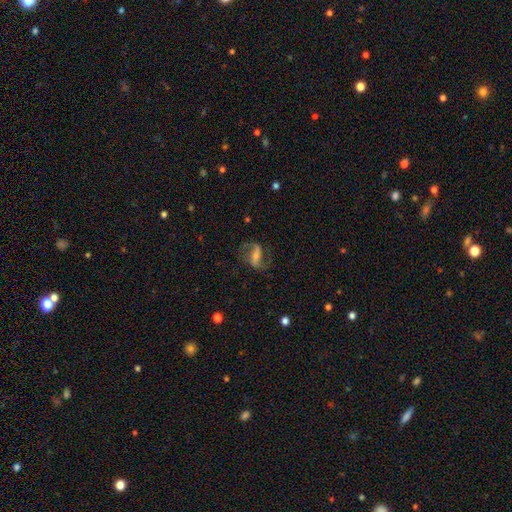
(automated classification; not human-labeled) Morphology: type=featured or disk (78%); edge-on=no (95%); bar=strong (44%); spiral arms=yes (93%); winding=loose (51%); arm count=2 (89%); bulge=small (50%); merging=none (72%).